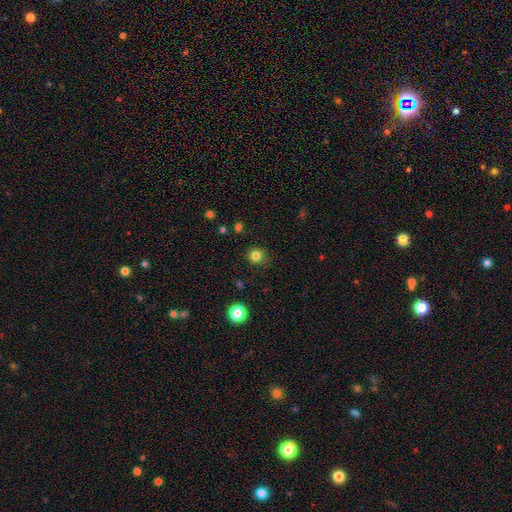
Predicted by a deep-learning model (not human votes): Smooth or featured? Predicted: smooth (p=0.81). How rounded? Predicted: round (p=0.89). Merging? Predicted: none (p=0.81).